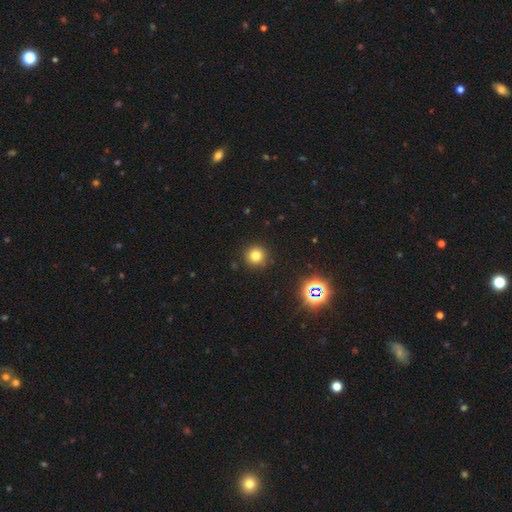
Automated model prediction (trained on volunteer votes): This is likely a smooth galaxy (77%). How rounded: clearly round (94%). Merging: clearly none (90%).